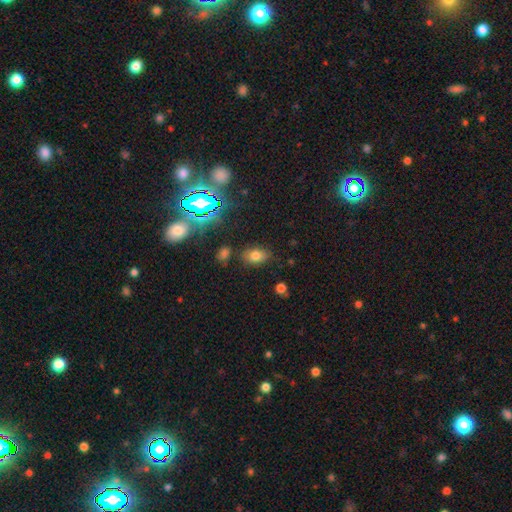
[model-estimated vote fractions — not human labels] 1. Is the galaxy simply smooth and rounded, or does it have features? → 71% smooth, 19% star or artifact, 11% featured or disk.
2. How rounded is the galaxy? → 83% in between, 15% round, 2% cigar-shaped.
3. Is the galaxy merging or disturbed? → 79% none, 14% minor disturbance, 4% major disturbance, 4% merger.